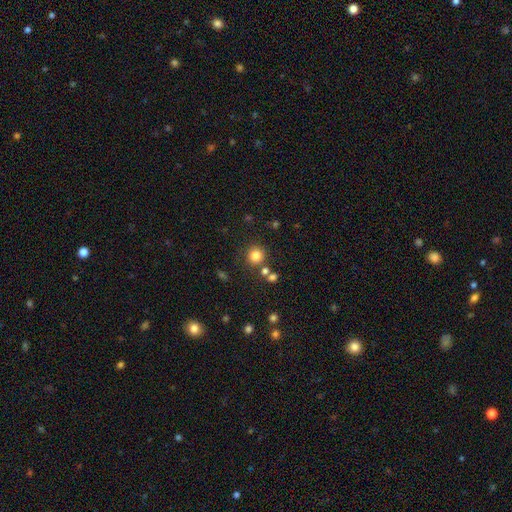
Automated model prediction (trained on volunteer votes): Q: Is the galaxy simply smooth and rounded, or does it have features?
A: smooth — 81%.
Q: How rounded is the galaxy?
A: round — 93%.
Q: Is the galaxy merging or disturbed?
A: none — 81%.